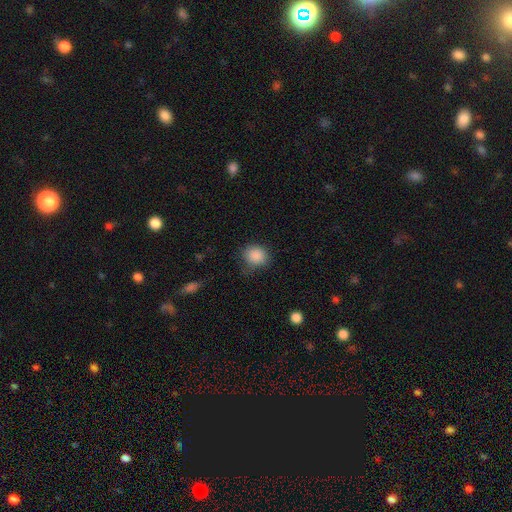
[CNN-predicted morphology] Smooth or featured?
  - smooth: 87% *
  - star or artifact: 9%
  - featured or disk: 4%
How rounded?
  - round: 73% *
  - in between: 26%
  - cigar-shaped: 1%
Merging?
  - none: 71% *
  - minor disturbance: 22%
  - major disturbance: 6%
  - merger: 1%